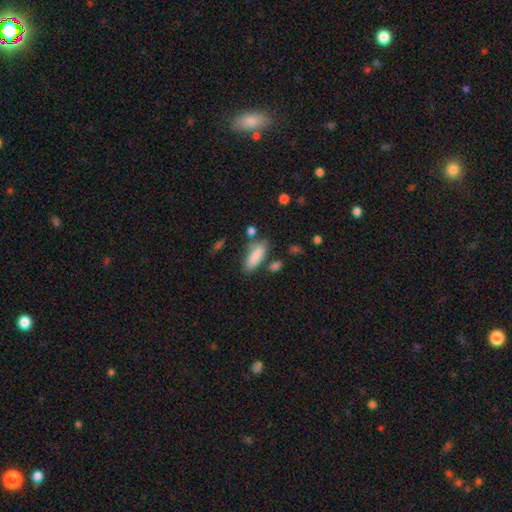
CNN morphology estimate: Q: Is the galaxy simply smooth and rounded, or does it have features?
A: smooth — 86%.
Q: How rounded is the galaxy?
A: in between — 65%.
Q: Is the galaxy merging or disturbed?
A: none — 70%.